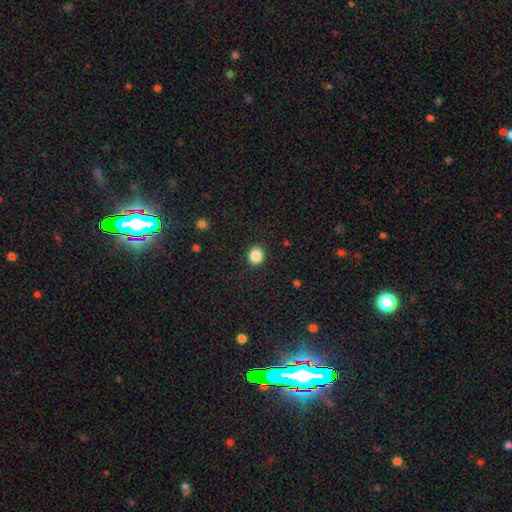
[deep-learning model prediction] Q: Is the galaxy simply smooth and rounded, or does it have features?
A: smooth — 87%.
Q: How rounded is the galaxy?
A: round — 77%.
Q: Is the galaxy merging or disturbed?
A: none — 91%.